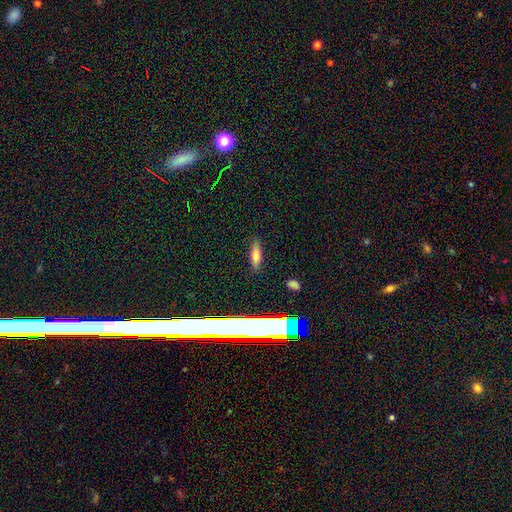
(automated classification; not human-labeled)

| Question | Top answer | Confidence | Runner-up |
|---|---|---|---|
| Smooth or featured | smooth | 72% | featured or disk (17%) |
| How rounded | cigar-shaped | 50% | in between (47%) |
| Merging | none | 84% | minor disturbance (11%) |